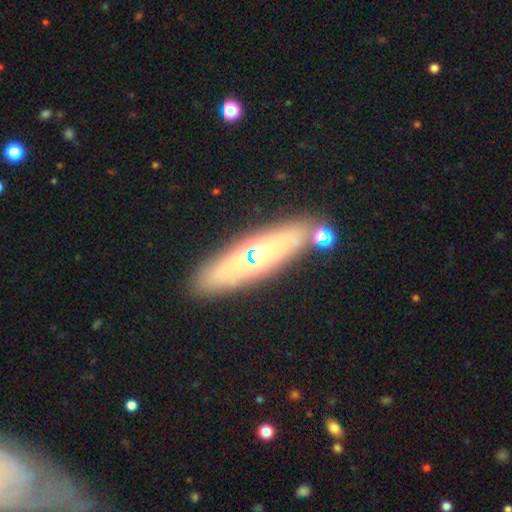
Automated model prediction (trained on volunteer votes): smooth_or_featured: featured or disk (p=0.48) [alt: smooth p=0.41]
merging: none (p=0.82) [alt: minor disturbance p=0.09]